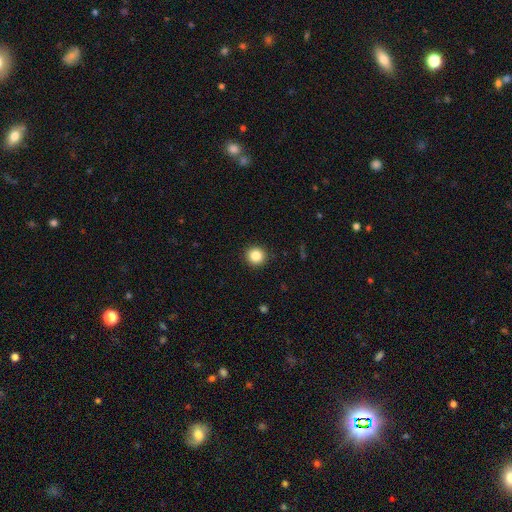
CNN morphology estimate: The model was most divided on "smooth or featured": smooth: 85%, star or artifact: 10%, featured or disk: 5%. More confident: how rounded — round (93%); merging — none (92%).